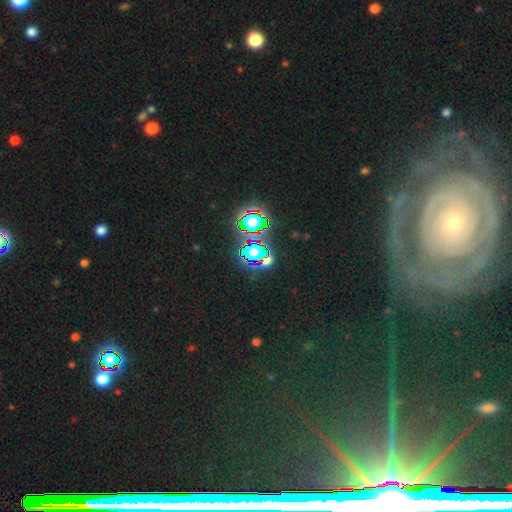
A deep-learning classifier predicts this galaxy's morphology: Smooth or featured?
  - star or artifact: 69% *
  - featured or disk: 16%
  - smooth: 14%